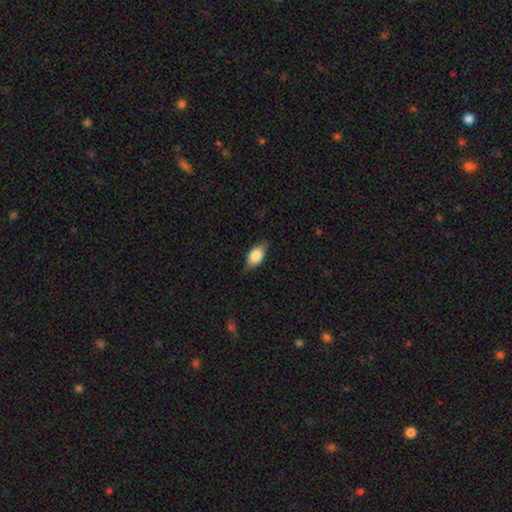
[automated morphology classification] A smooth galaxy with no disk features (77%) that is in between round and cigar-shaped (88%).

Vote fractions:
- Smooth or featured? smooth: 77% / featured or disk: 16% / star or artifact: 7%
- How rounded? in between: 88% / cigar-shaped: 6% / round: 6%
- Merging? none: 79% / minor disturbance: 16% / major disturbance: 3% / merger: 1%